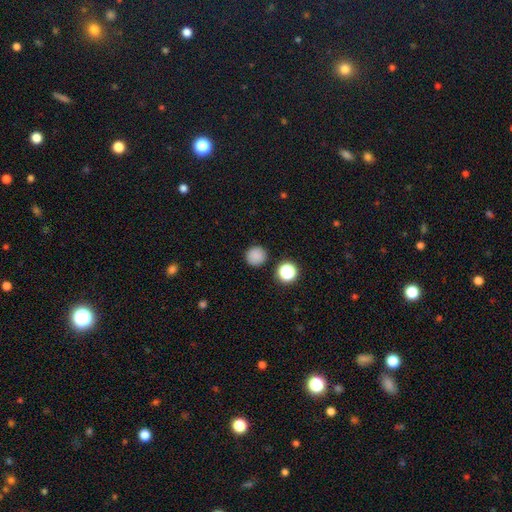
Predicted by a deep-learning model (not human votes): Smooth or featured? smooth (83%)
How rounded? round (95%)
Merging? none (89%)